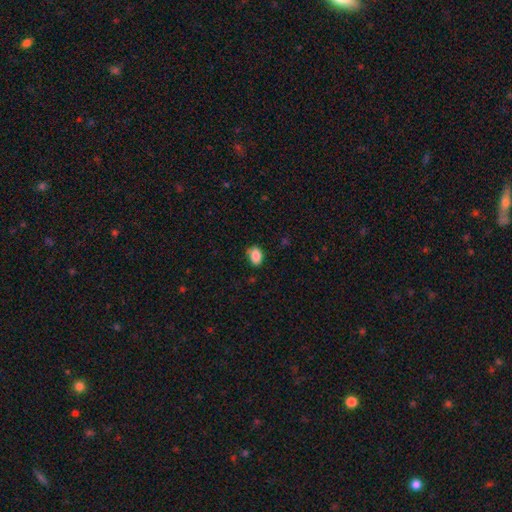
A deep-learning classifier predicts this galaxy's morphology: type=smooth (86%); roundness=in between (83%); merging=none (74%).